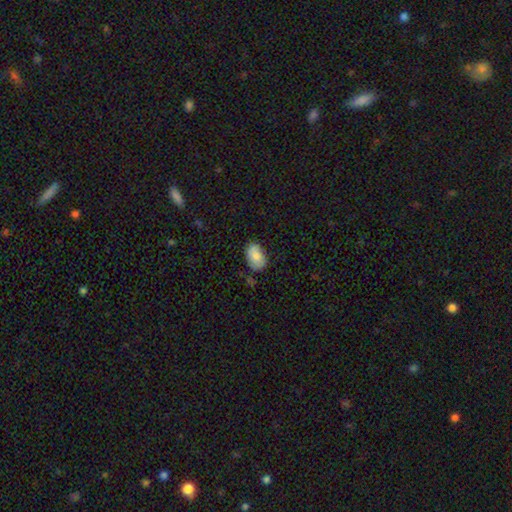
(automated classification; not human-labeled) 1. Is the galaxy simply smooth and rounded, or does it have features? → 83% smooth, 11% featured or disk, 7% star or artifact.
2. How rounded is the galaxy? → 91% in between, 8% round, 1% cigar-shaped.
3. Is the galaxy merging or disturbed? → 71% none, 22% minor disturbance, 4% major disturbance, 3% merger.